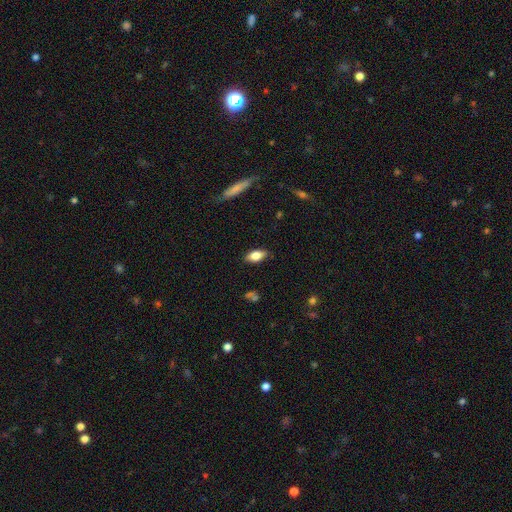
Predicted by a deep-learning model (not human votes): Smooth or featured: smooth — 72% (featured or disk — 21%)
How rounded: in between — 84% (cigar-shaped — 12%)
Merging: none — 85% (minor disturbance — 11%)